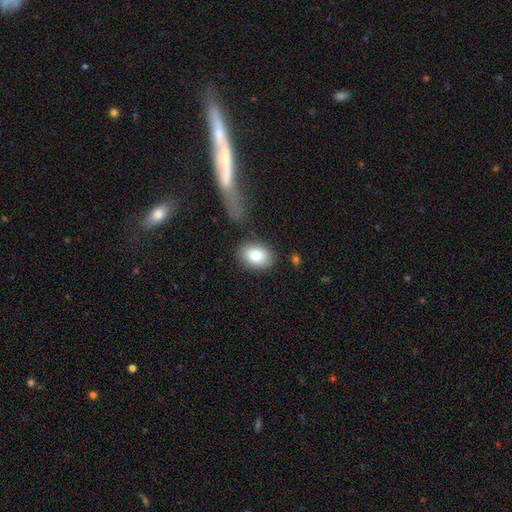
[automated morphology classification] Overall: smooth (79%). How rounded: in between (68%; round 31%). Merging: none (82%).